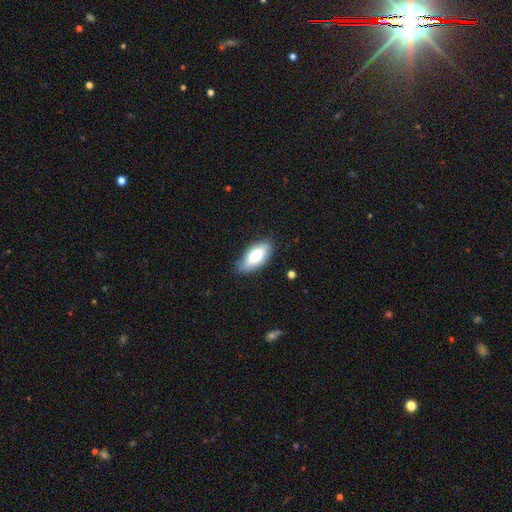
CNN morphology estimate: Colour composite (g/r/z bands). It shows a smooth galaxy with no disk features (76%) that is in between round and cigar-shaped (84%). Merging: none (81%).